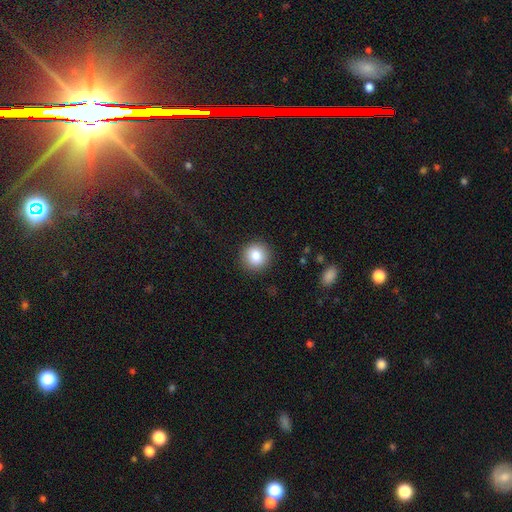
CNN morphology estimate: Overall: smooth (85%). How rounded: round (93%). Merging: none (91%).